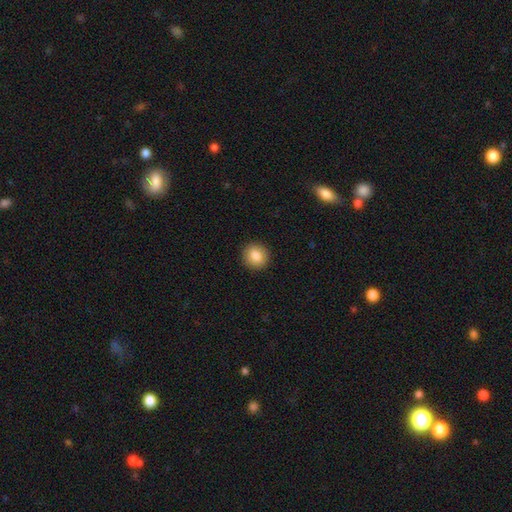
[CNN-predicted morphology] A smooth galaxy with no disk features (86%) that is round (88%).

Vote fractions:
- Smooth or featured? smooth: 86% / star or artifact: 8% / featured or disk: 6%
- How rounded? round: 88% / in between: 11% / cigar-shaped: 1%
- Merging? none: 92% / minor disturbance: 5% / major disturbance: 2% / merger: 1%